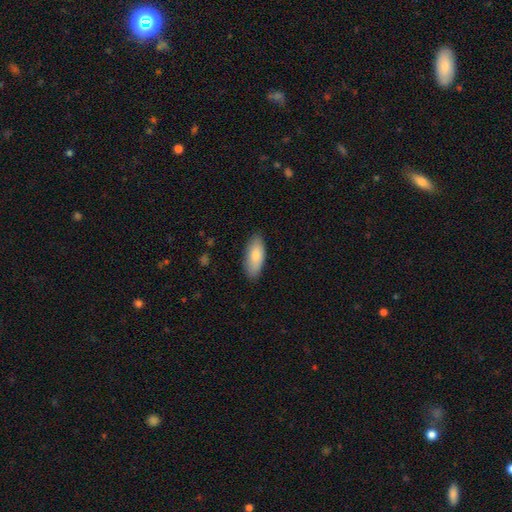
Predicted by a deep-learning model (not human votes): A smooth galaxy with no disk features (81%) that is in between round and cigar-shaped (84%). Merging: none (86%).